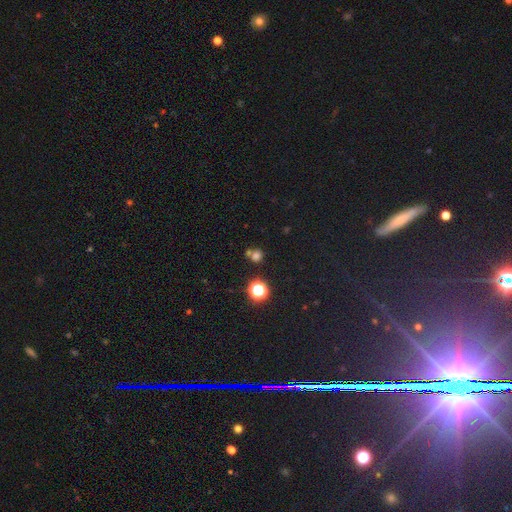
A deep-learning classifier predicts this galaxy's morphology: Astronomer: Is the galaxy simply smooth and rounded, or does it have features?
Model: smooth — 66%.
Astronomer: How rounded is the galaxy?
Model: round — 83%.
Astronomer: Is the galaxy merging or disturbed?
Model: none — 59%.